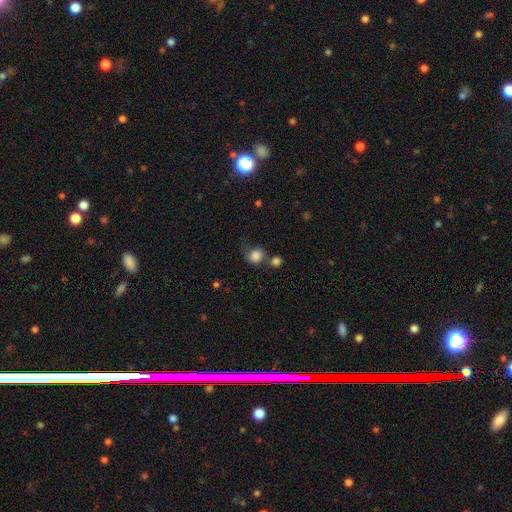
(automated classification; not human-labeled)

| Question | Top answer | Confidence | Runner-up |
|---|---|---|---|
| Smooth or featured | smooth | 83% | star or artifact (10%) |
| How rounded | round | 83% | in between (16%) |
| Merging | none | 46% | merger (25%) |